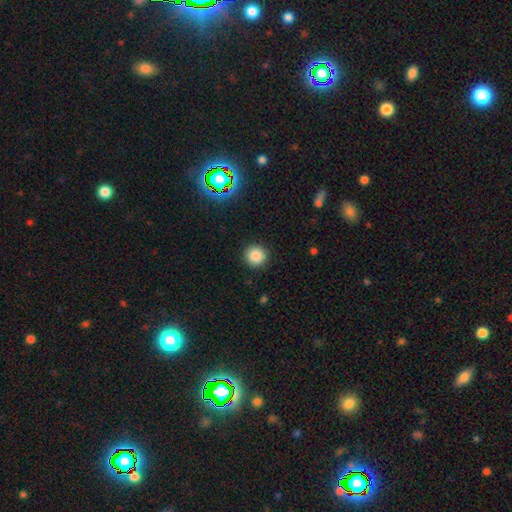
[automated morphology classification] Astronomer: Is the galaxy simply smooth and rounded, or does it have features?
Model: smooth — 85%.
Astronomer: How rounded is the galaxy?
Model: round — 94%.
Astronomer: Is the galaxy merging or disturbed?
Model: none — 91%.